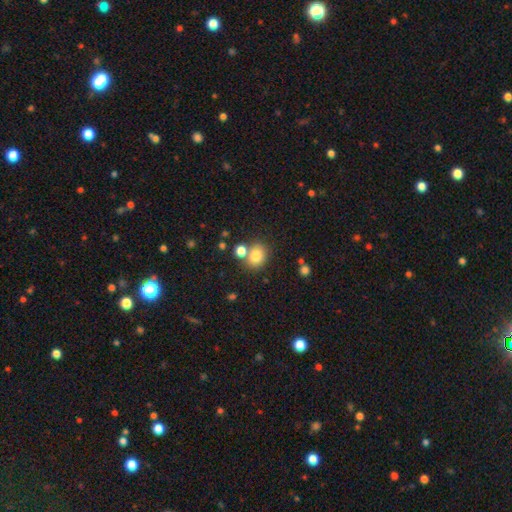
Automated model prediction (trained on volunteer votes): A smooth galaxy with no disk features (79%) that is round (68%).

Vote fractions:
- Smooth or featured? smooth: 79% / star or artifact: 12% / featured or disk: 9%
- How rounded? round: 68% / in between: 31% / cigar-shaped: 1%
- Merging? none: 65% / merger: 21% / minor disturbance: 11% / major disturbance: 4%